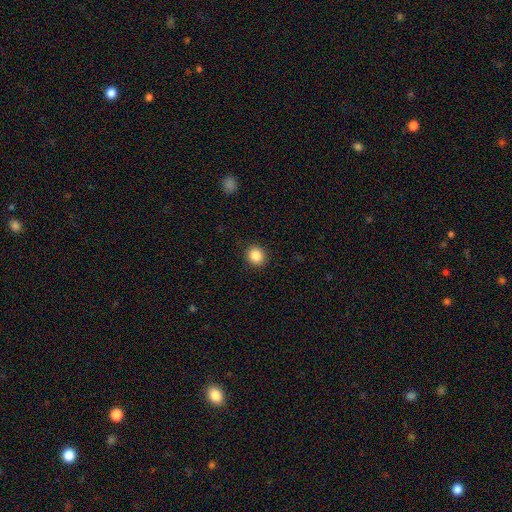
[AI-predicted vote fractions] Morphology: type=smooth (86%); roundness=round (81%); merging=none (91%).